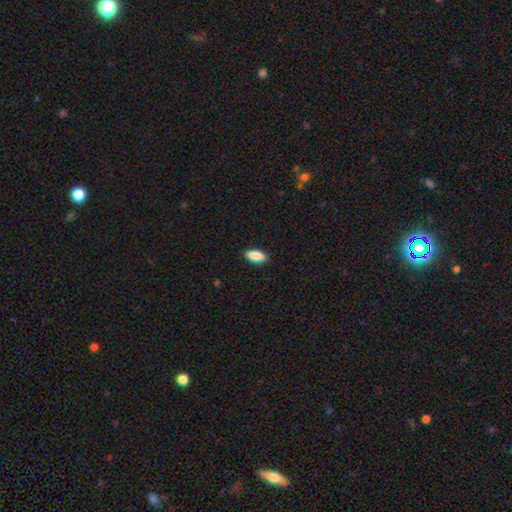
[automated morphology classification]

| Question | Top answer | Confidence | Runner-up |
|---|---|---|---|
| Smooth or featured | smooth | 89% | star or artifact (6%) |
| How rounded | in between | 88% | cigar-shaped (10%) |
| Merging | none | 89% | minor disturbance (8%) |